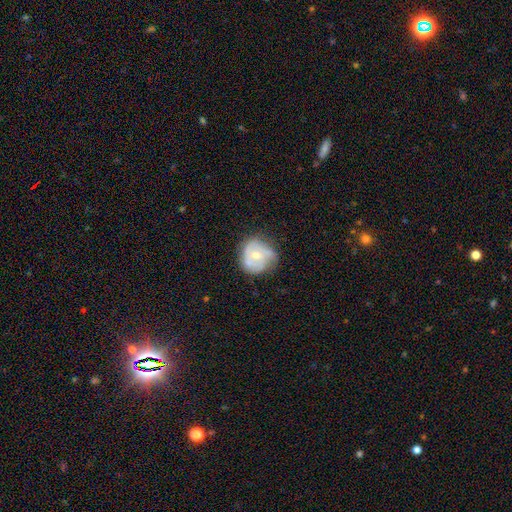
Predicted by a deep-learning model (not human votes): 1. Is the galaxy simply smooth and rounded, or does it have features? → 53% featured or disk, 40% smooth, 7% star or artifact.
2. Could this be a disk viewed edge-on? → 97% no, 3% yes.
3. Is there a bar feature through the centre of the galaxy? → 78% no, 19% weak, 3% strong.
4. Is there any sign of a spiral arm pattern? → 57% yes, 43% no.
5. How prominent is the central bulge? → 53% moderate, 42% small, 2% large, 2% none, 1% dominant.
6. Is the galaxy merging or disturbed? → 50% none, 32% minor disturbance, 13% major disturbance, 5% merger.